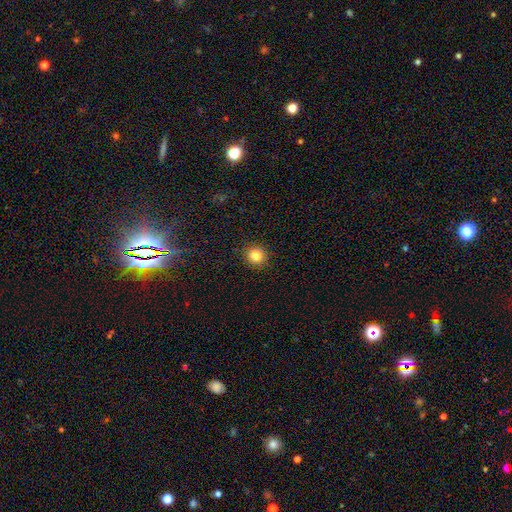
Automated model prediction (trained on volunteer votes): Smooth or featured?
  - smooth: 83% *
  - star or artifact: 11%
  - featured or disk: 6%
How rounded?
  - round: 93% *
  - in between: 6%
  - cigar-shaped: 1%
Merging?
  - none: 92% *
  - minor disturbance: 6%
  - major disturbance: 2%
  - merger: 1%